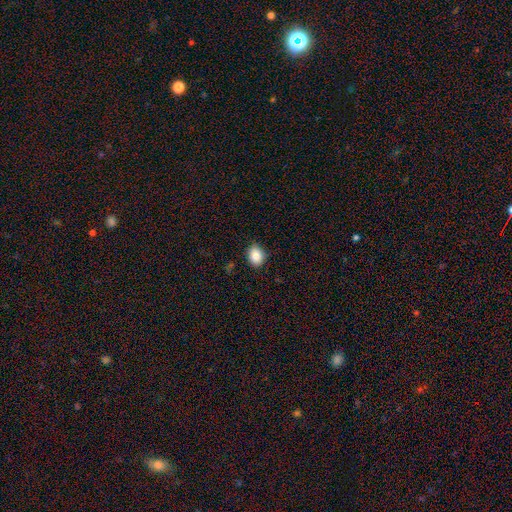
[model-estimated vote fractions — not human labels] Q: Smooth or featured?
A: smooth (86%); runner-up: star or artifact (9%)
Q: How rounded?
A: in between (56%); runner-up: round (43%)
Q: Merging?
A: none (87%); runner-up: minor disturbance (10%)